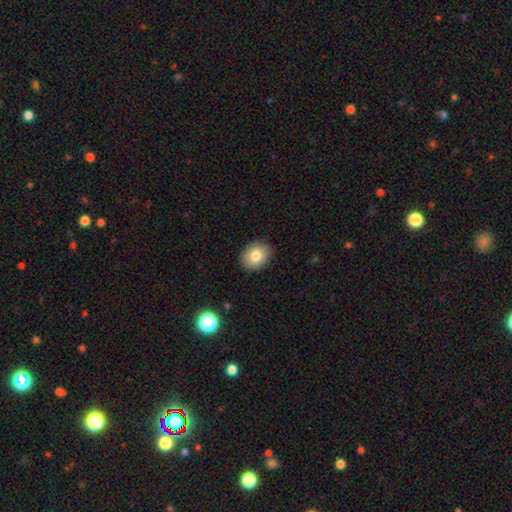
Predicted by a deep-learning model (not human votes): Smooth or featured?
  - smooth: 80% *
  - featured or disk: 12%
  - star or artifact: 9%
How rounded?
  - in between: 58% *
  - round: 41%
  - cigar-shaped: 1%
Merging?
  - none: 88% *
  - minor disturbance: 9%
  - major disturbance: 2%
  - merger: 1%